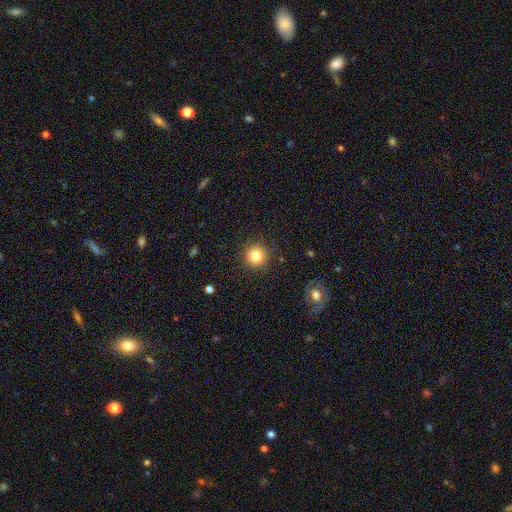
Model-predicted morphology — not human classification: Smooth or featured? smooth (81%)
How rounded? round (95%)
Merging? none (90%)